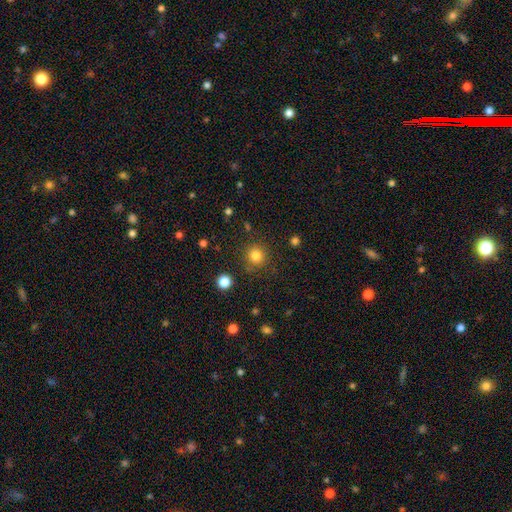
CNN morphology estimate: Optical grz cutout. It shows a smooth galaxy with no disk features (82%) that is round (94%). Merging: none (86%).